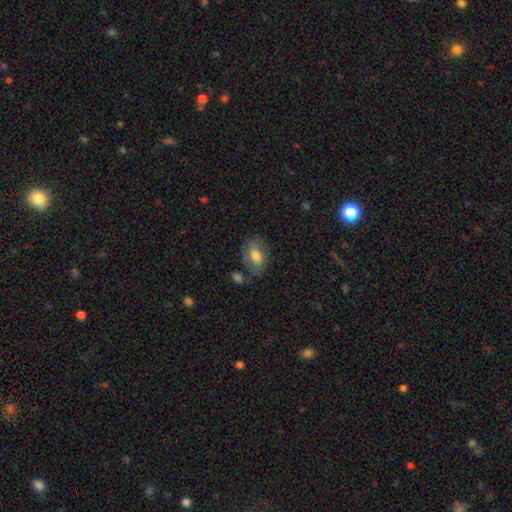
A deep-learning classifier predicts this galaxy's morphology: smooth-or-featured: smooth: 68% | featured or disk: 24% | star or artifact: 8%
  how-rounded: in between: 79% | round: 19% | cigar-shaped: 2%
  merging: none: 59% | minor disturbance: 22% | major disturbance: 10% | merger: 8%